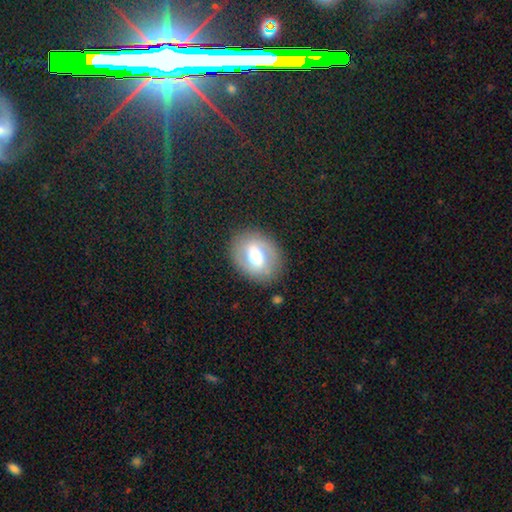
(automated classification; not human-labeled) A featured or disk galaxy (53%). Merging: none (83%).